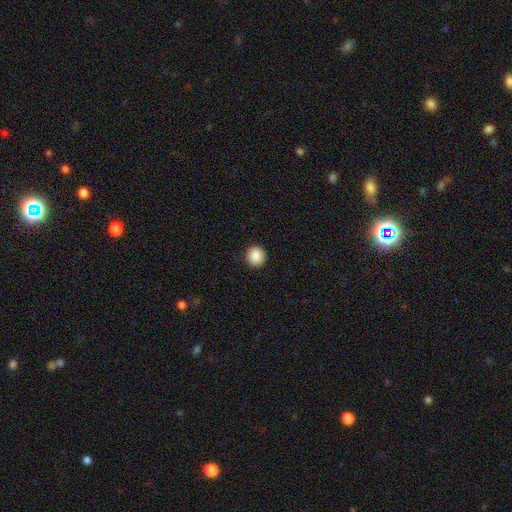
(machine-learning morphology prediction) This appears to be a smooth galaxy with no disk features (89%) that is round (92%). Merging: none (92%).